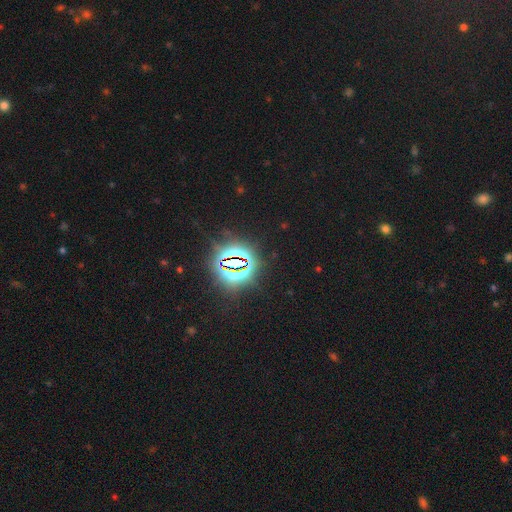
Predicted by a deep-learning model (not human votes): Smooth or featured: star or artifact — 84% (smooth — 10%)